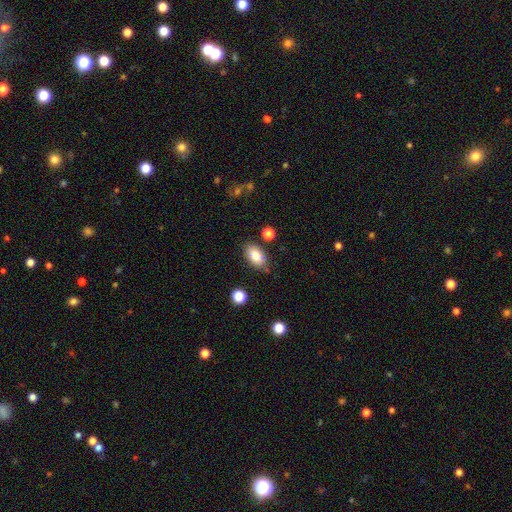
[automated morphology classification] This is clearly a smooth galaxy (80%). How rounded: clearly in between (89%). Merging: likely none (79%).